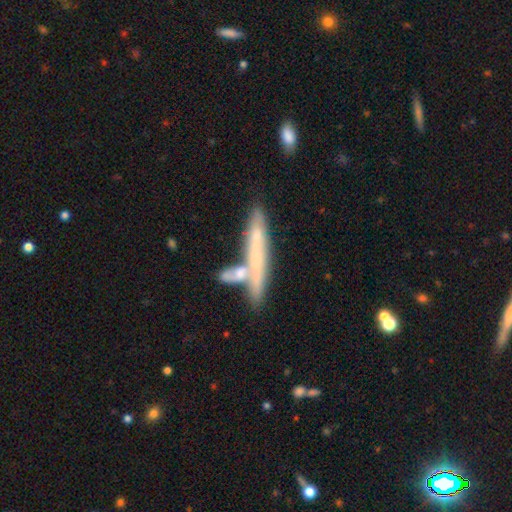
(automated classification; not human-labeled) smooth 48%, featured or disk 45%, star or artifact 8%. Down the decision tree: merging — none (52%).